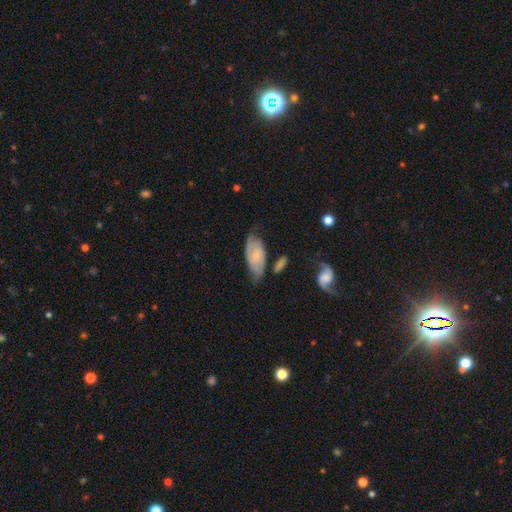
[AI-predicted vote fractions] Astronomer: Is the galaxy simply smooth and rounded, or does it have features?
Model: featured or disk — 56% (runner-up: smooth, 37%).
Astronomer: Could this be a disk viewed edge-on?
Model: no — 91%.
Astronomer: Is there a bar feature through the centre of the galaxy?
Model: no — 59%.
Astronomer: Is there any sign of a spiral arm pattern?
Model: yes — 88%.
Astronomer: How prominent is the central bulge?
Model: small — 63%.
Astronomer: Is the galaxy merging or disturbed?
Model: none — 56%.